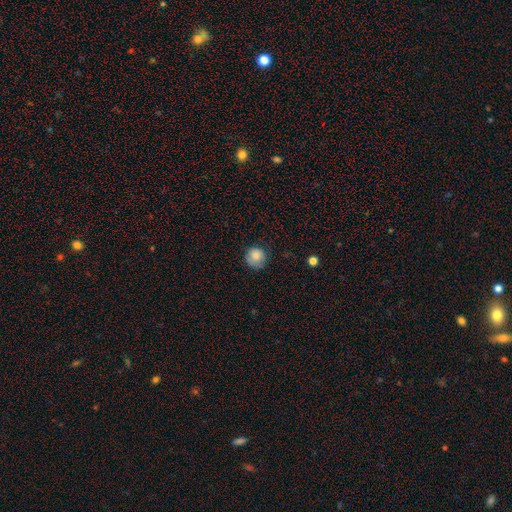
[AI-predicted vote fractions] A smooth galaxy with no disk features (83%) that is round (91%). Merging: none (74%).